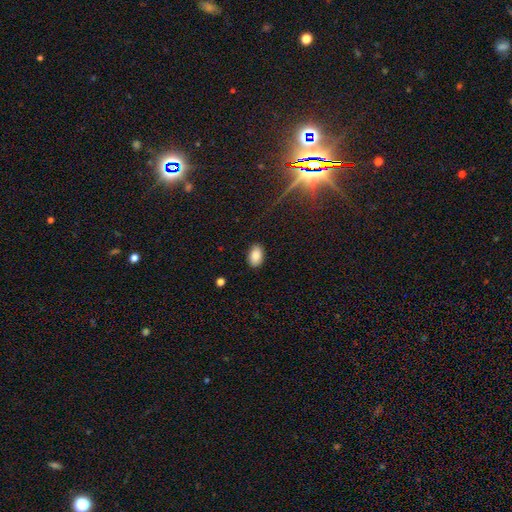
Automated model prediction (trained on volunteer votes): Morphology: type=smooth (85%); roundness=in between (90%); merging=none (87%).